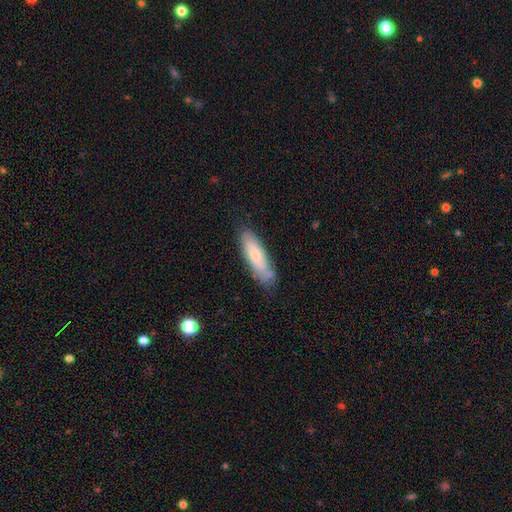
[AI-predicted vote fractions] A smooth galaxy with no disk features (73%) that is cigar-shaped (57%). Merging: none (70%).